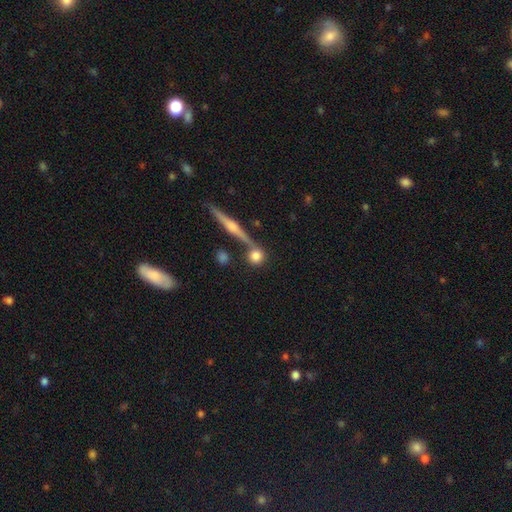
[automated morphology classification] Q: Smooth or featured?
A: smooth (75%); runner-up: featured or disk (16%)
Q: How rounded?
A: round (89%); runner-up: in between (7%)
Q: Merging?
A: none (68%); runner-up: merger (17%)